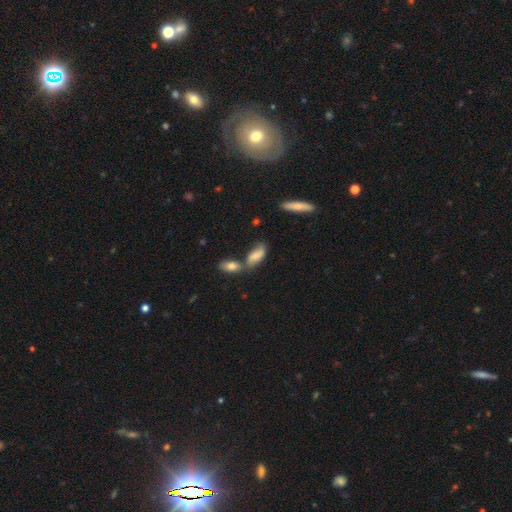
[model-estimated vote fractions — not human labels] smooth_or_featured: smooth (p=0.74) [alt: featured or disk p=0.18]
how_rounded: in between (p=0.80) [alt: cigar-shaped p=0.17]
merging: none (p=0.40) [alt: merger p=0.36]